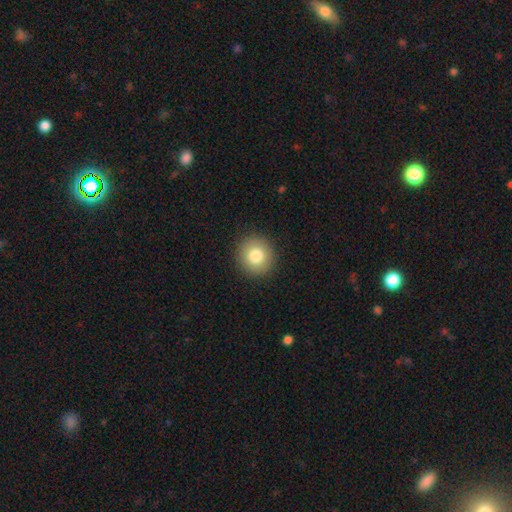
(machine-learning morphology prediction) Q: Smooth or featured?
A: smooth (80%); runner-up: featured or disk (11%)
Q: How rounded?
A: round (92%); runner-up: in between (7%)
Q: Merging?
A: none (92%); runner-up: minor disturbance (6%)